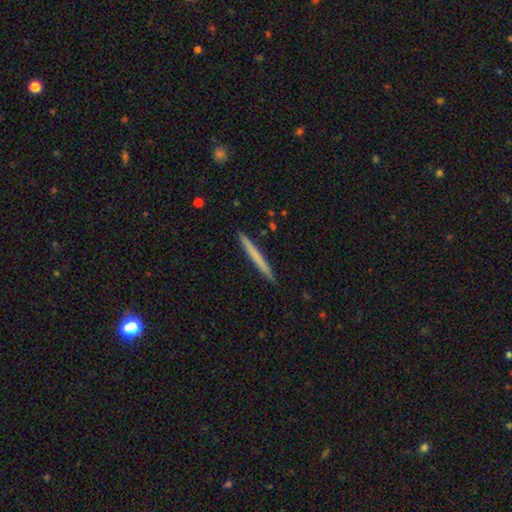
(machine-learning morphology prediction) Smooth or featured? smooth (63%)
How rounded? cigar-shaped (97%)
Merging? none (93%)